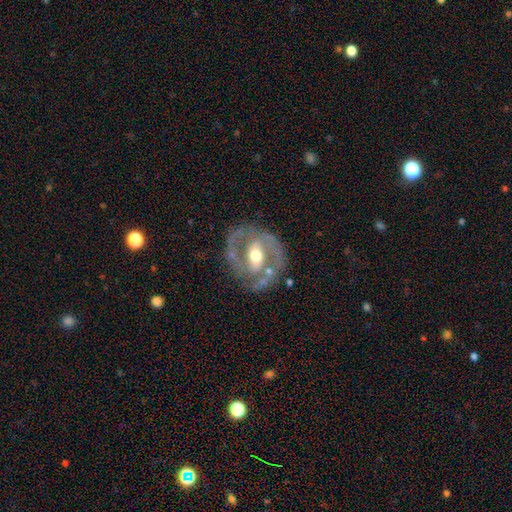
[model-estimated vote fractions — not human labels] A featured or disk galaxy (82%) with a weak bar (39%), 2 (85%) medium (51%) spiral arms (81%) and a moderate central bulge (72%).

Vote fractions:
- Smooth or featured? featured or disk: 82% / smooth: 12% / star or artifact: 5%
- Edge-on disk? no: 96% / yes: 4%
- Bar? weak: 39% / strong: 38% / no: 22%
- Spiral arms? yes: 81% / no: 19%
- Spiral winding? medium: 51% / tight: 33% / loose: 17%
- Spiral arm count? 2: 85% / can't tell: 7% / 1: 3% / 3: 3% / 4: 1% / more than 4: 1%
- Bulge size? moderate: 72% / small: 16% / large: 10% / dominant: 1% / none: 1%
- Merging? none: 73% / minor disturbance: 16% / major disturbance: 8% / merger: 3%